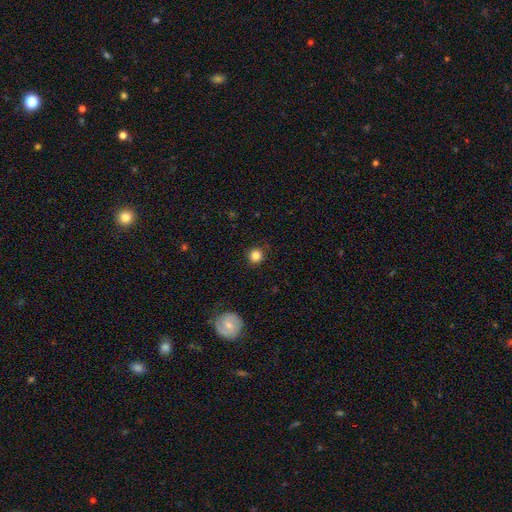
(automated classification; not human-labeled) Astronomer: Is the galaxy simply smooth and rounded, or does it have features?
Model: smooth — 83%.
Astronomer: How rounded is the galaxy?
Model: round — 93%.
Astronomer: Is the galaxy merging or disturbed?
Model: none — 89%.